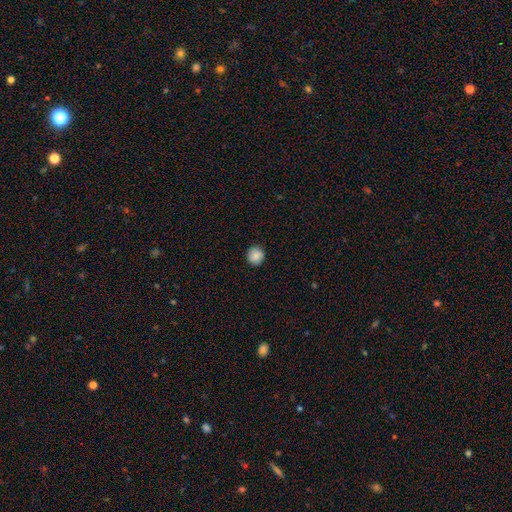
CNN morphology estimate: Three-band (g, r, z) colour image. It shows a smooth galaxy with no disk features (87%) that is round (93%). Merging: none (89%).